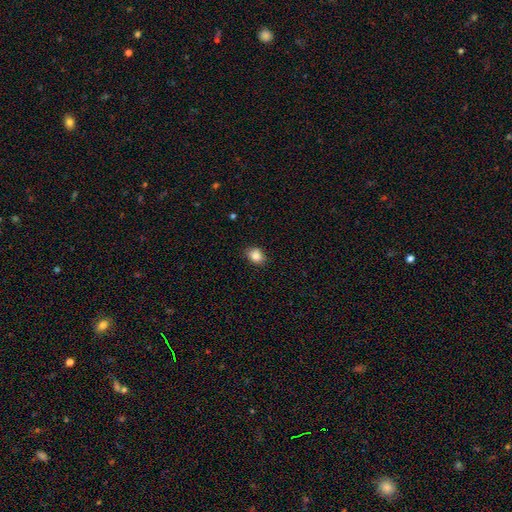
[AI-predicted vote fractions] Overall: smooth (85%). How rounded: in between (57%; round 42%). Merging: none (85%).